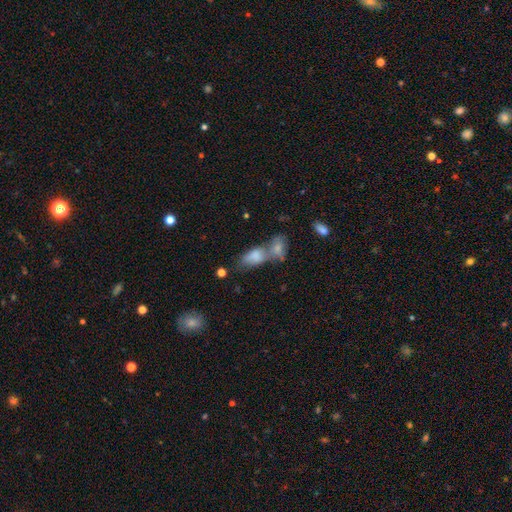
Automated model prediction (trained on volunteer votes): The model was most divided on "merging": merger: 56%, none: 29%, minor disturbance: 10%, major disturbance: 6%. More confident: how rounded — in between (79%); smooth or featured — smooth (66%).